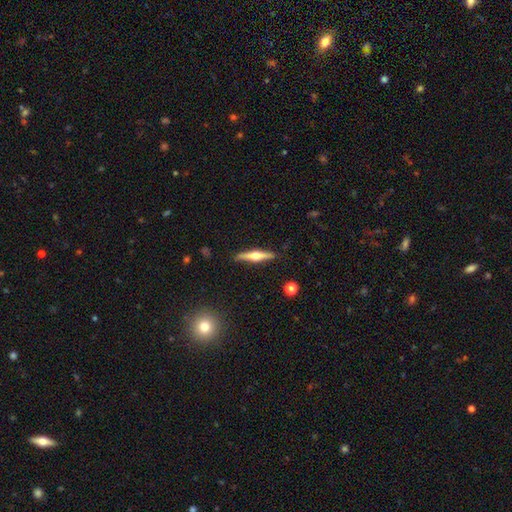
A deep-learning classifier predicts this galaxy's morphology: type=featured or disk (69%); edge-on=yes (97%); edge-on bulge=rounded (94%); merging=none (89%).